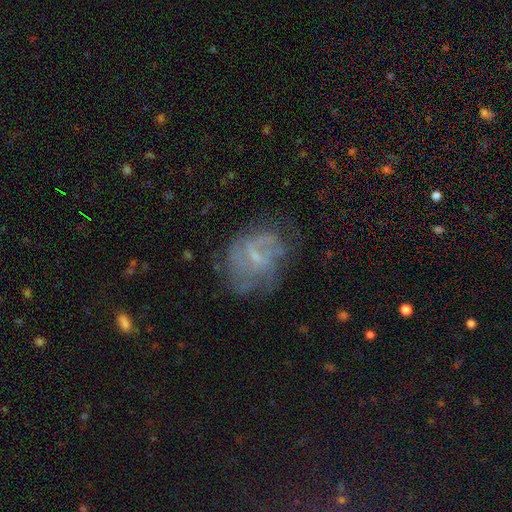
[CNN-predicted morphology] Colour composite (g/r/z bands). It shows a featured or disk galaxy (64%) with a weak bar (50%), spiral arms (66%) and a small central bulge (59%). Merging: none (54%).